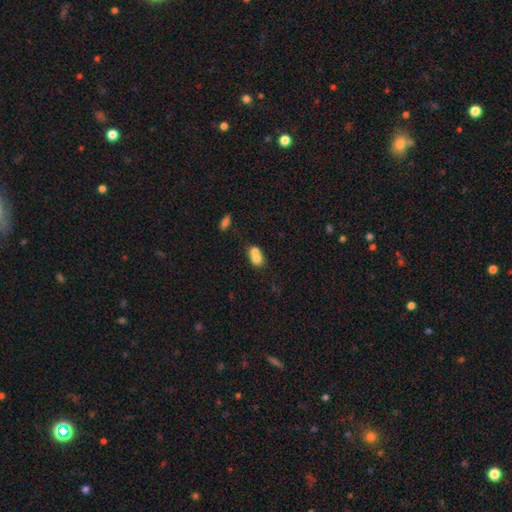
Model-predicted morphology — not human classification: Smooth or featured? Predicted: smooth (p=0.69). How rounded? Predicted: round (p=0.52). Merging? Predicted: merger (p=0.68).